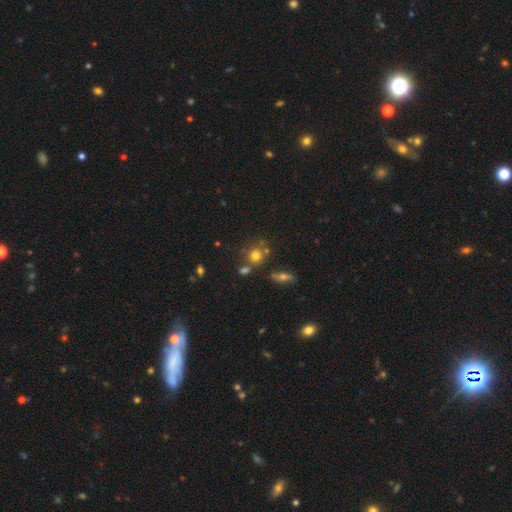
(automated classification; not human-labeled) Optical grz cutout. It shows a smooth galaxy with no disk features (71%) that is round (82%). Merging: none (65%).